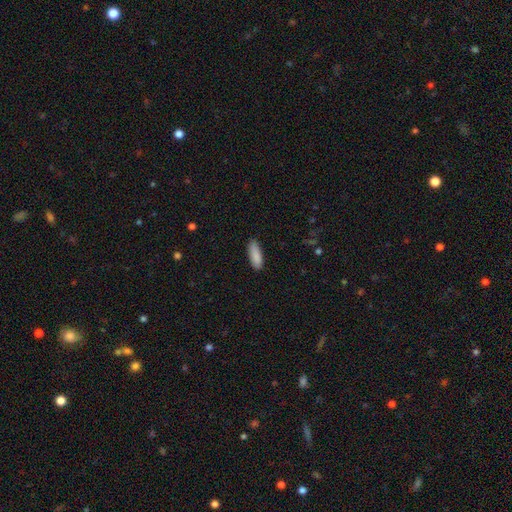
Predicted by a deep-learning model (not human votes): Smooth or featured? Predicted: smooth (p=0.89). How rounded? Predicted: in between (p=0.61). Merging? Predicted: none (p=0.85).